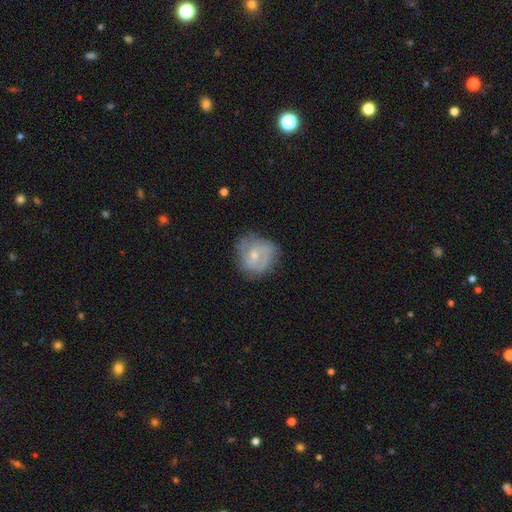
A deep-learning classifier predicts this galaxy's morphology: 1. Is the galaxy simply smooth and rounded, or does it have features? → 65% featured or disk, 29% smooth, 7% star or artifact.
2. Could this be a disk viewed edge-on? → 98% no, 2% yes.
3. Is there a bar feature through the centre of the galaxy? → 66% no, 30% weak, 4% strong.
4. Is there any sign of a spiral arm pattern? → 83% yes, 17% no.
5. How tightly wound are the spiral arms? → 46% tight, 40% medium, 15% loose.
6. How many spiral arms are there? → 40% 2, 30% can't tell, 18% 3, 6% 1, 4% 4, 3% more than 4.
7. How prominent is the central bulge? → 52% small, 43% moderate, 3% none, 2% large, 1% dominant.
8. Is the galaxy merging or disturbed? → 67% none, 23% minor disturbance, 9% major disturbance, 1% merger.